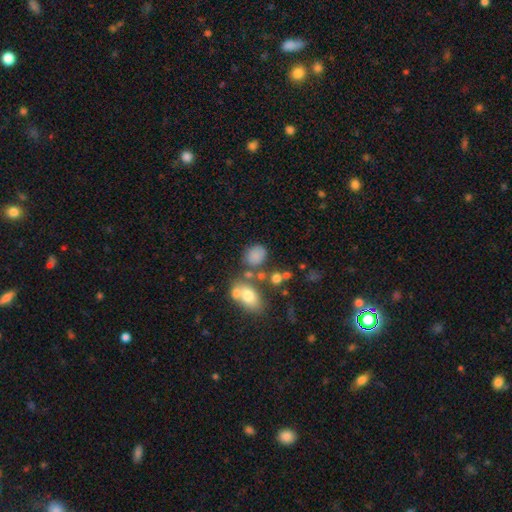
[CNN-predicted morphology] smooth_or_featured: smooth (p=0.77) [alt: star or artifact p=0.12]
how_rounded: round (p=0.50) [alt: in between p=0.49]
merging: none (p=0.55) [alt: merger p=0.19]